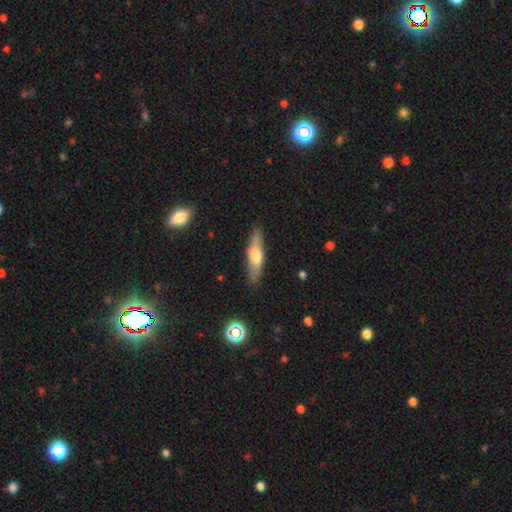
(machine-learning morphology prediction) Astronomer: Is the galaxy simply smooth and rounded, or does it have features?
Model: smooth — 54% (runner-up: featured or disk, 40%).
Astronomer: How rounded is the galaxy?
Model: cigar-shaped — 67%.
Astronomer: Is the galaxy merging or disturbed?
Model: none — 86%.